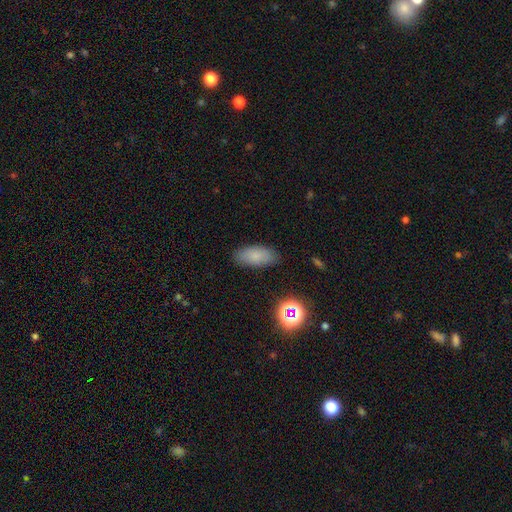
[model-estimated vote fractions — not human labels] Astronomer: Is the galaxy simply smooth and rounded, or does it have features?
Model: smooth — 80%.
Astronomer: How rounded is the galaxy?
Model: in between — 88%.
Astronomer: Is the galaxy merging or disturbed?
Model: none — 85%.